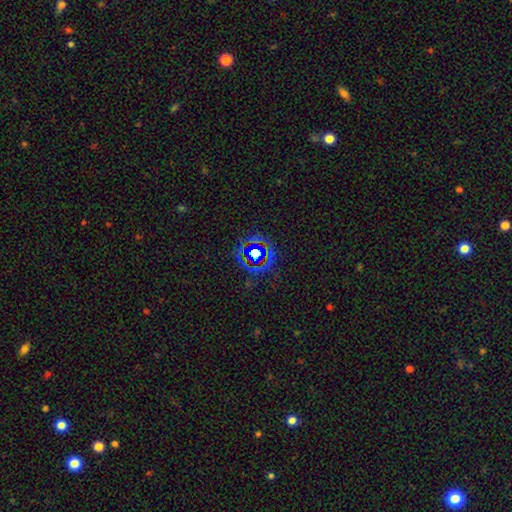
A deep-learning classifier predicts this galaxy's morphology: star or artifact 69%, smooth 18%, featured or disk 13%.